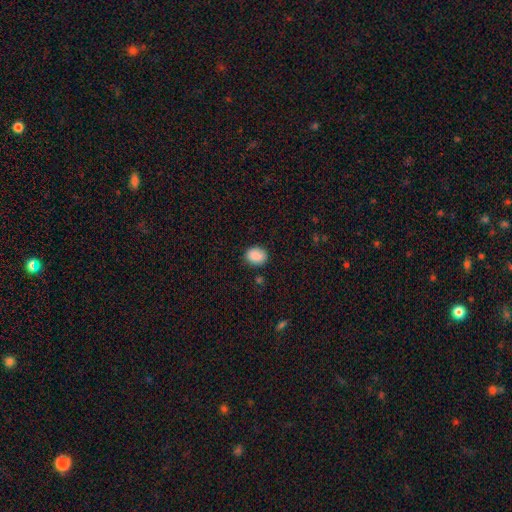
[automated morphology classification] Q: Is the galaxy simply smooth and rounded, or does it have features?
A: smooth — 89%.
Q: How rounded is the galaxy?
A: round — 51%.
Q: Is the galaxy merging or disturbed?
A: none — 85%.